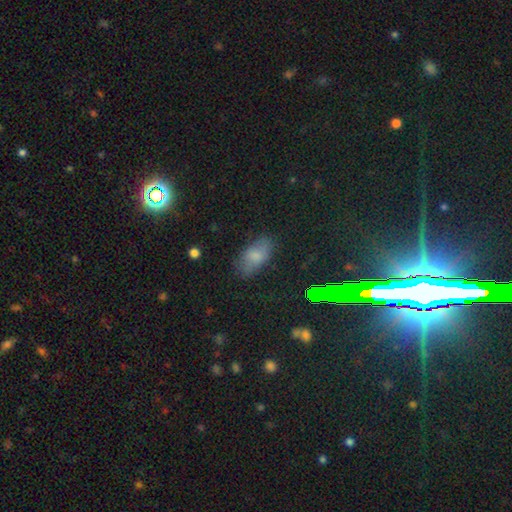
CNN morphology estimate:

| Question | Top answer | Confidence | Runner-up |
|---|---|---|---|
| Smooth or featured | smooth | 72% | star or artifact (14%) |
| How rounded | in between | 91% | round (5%) |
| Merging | none | 74% | minor disturbance (19%) |